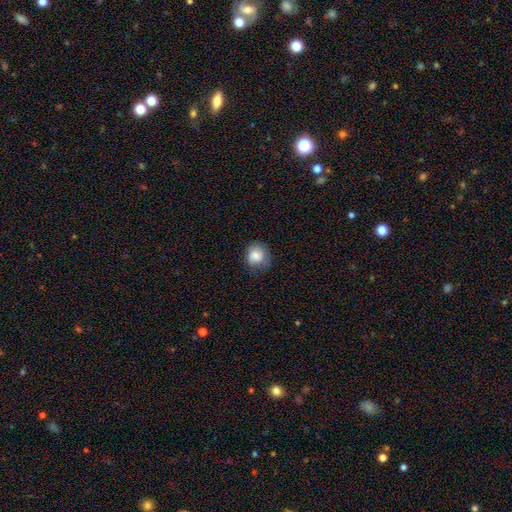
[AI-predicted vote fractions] This is likely a smooth galaxy (79%). How rounded: likely round (74%). Merging: likely none (65%).